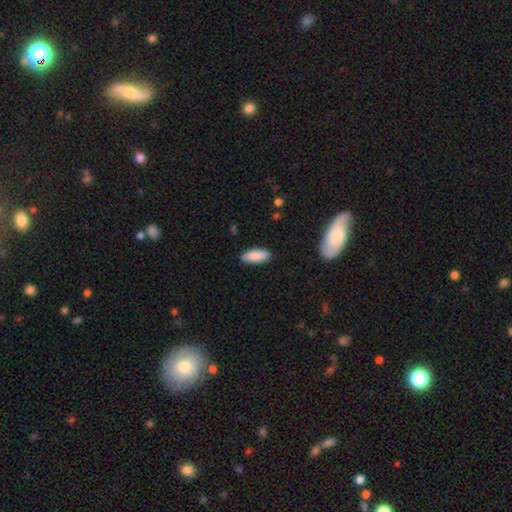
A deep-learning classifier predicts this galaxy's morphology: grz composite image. It shows a smooth galaxy with no disk features (87%) that is in between round and cigar-shaped (68%). Merging: none (88%).